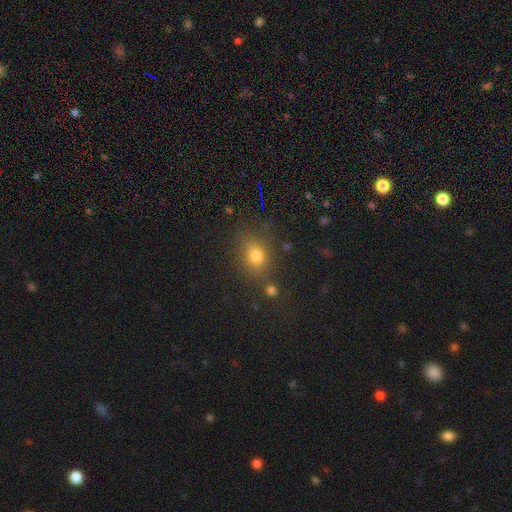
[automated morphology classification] A smooth galaxy with no disk features (72%) that is in between round and cigar-shaped (51%).

Vote fractions:
- Smooth or featured? smooth: 72% / star or artifact: 19% / featured or disk: 8%
- How rounded? in between: 51% / round: 47% / cigar-shaped: 2%
- Merging? none: 76% / minor disturbance: 13% / merger: 7% / major disturbance: 5%